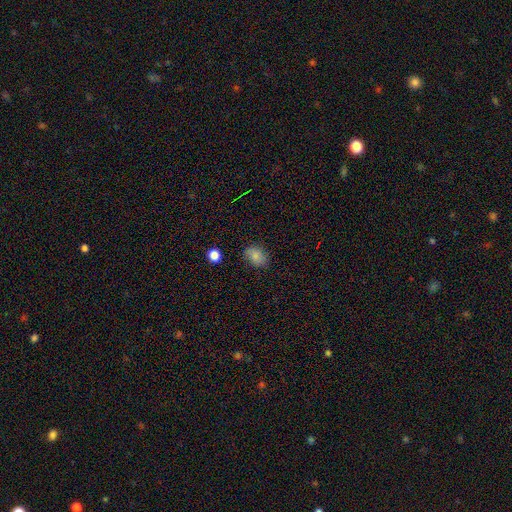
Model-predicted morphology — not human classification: type=smooth (83%); roundness=in between (74%); merging=none (79%).